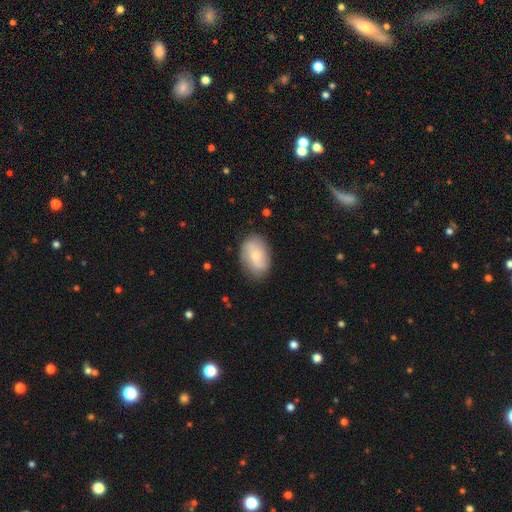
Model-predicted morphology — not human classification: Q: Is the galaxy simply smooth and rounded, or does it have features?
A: smooth — 51%.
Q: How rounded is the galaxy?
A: in between — 84%.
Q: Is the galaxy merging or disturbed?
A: none — 79%.